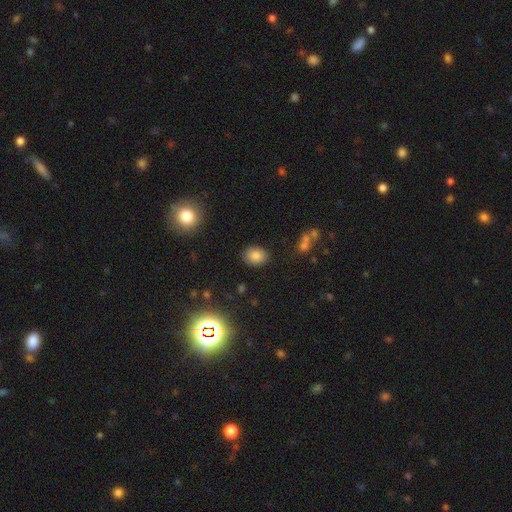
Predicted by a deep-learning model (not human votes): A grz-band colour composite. It shows a smooth galaxy with no disk features (81%) that is in between round and cigar-shaped (66%). Merging: none (86%).